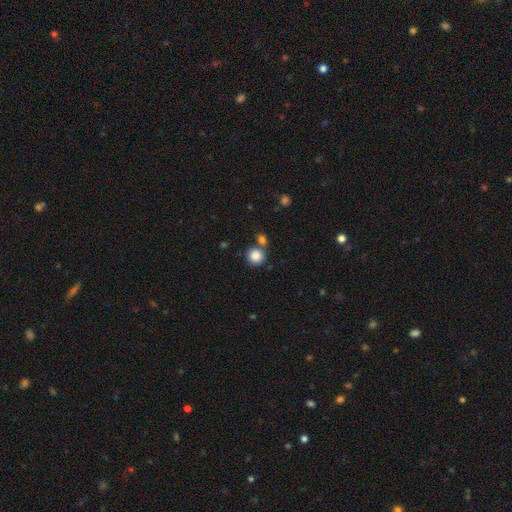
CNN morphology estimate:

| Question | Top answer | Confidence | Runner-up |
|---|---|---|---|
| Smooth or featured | smooth | 85% | star or artifact (10%) |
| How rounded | round | 92% | in between (7%) |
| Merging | none | 70% | merger (19%) |